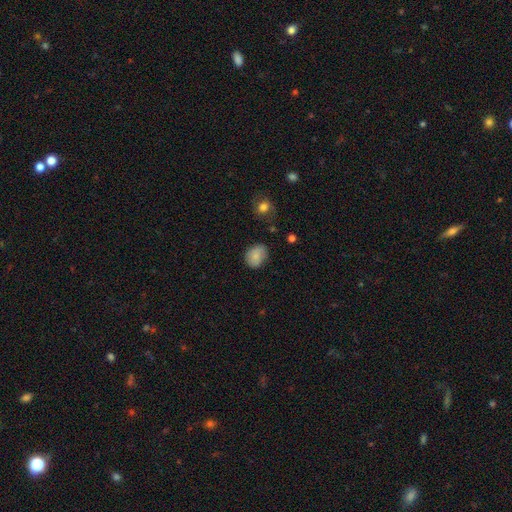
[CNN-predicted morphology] smooth_or_featured: smooth (p=0.81) [alt: featured or disk p=0.11]
how_rounded: in between (p=0.53) [alt: round p=0.46]
merging: none (p=0.72) [alt: minor disturbance p=0.22]